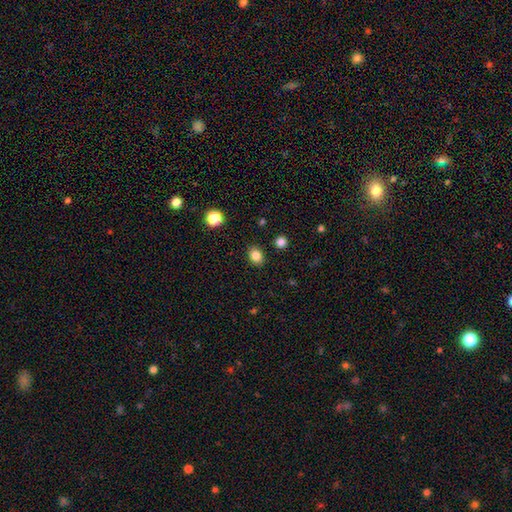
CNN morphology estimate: smooth_or_featured: smooth (p=0.84) [alt: star or artifact p=0.11]
how_rounded: in between (p=0.53) [alt: round p=0.46]
merging: none (p=0.88) [alt: minor disturbance p=0.08]